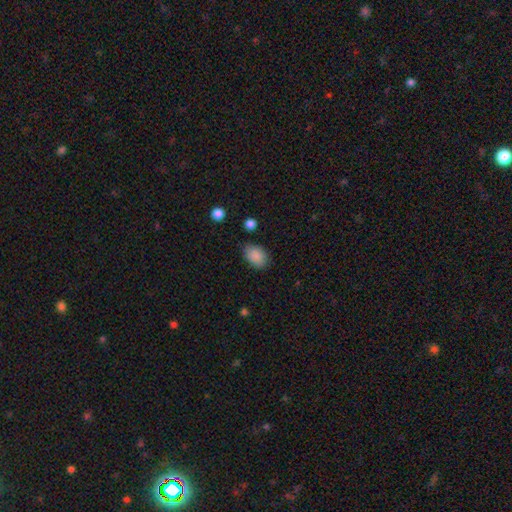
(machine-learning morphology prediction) This appears to be a smooth galaxy with no disk features (88%) that is in between round and cigar-shaped (82%). Merging: none (78%).